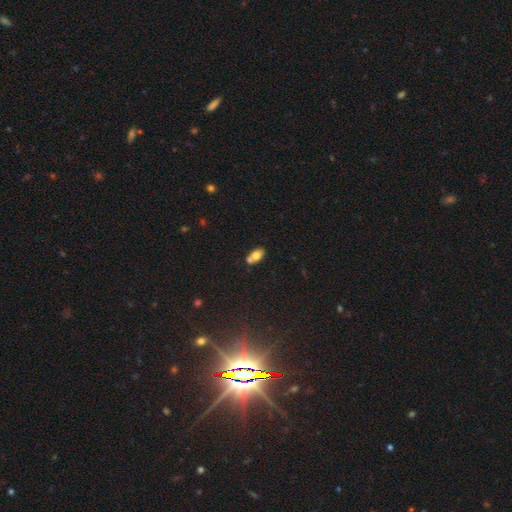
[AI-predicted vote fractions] smooth_or_featured: smooth (p=0.73) [alt: featured or disk p=0.17]
how_rounded: in between (p=0.84) [alt: round p=0.14]
merging: none (p=0.43) [alt: merger p=0.40]